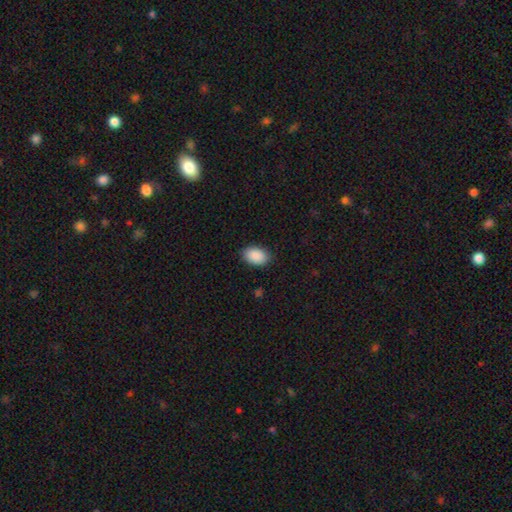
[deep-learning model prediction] smooth-or-featured: smooth: 91% | star or artifact: 6% | featured or disk: 3%
  how-rounded: in between: 89% | round: 10% | cigar-shaped: 1%
  merging: none: 88% | minor disturbance: 9% | major disturbance: 2% | merger: 1%